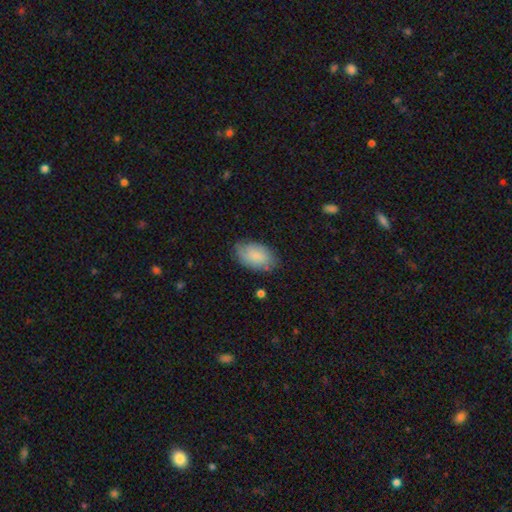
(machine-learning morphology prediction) A smooth galaxy with no disk features (80%) that is in between round and cigar-shaped (93%).

Vote fractions:
- Smooth or featured? smooth: 80% / featured or disk: 14% / star or artifact: 6%
- How rounded? in between: 93% / round: 5% / cigar-shaped: 1%
- Merging? none: 75% / minor disturbance: 20% / major disturbance: 4% / merger: 1%